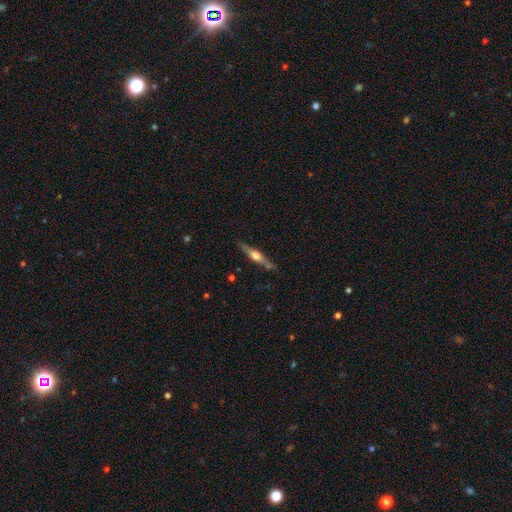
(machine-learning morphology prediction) The model was most divided on "smooth or featured": featured or disk: 71%, smooth: 24%, star or artifact: 5%. More confident: edge-on disk — yes (97%); edge-on bulge — rounded (89%); merging — none (84%).